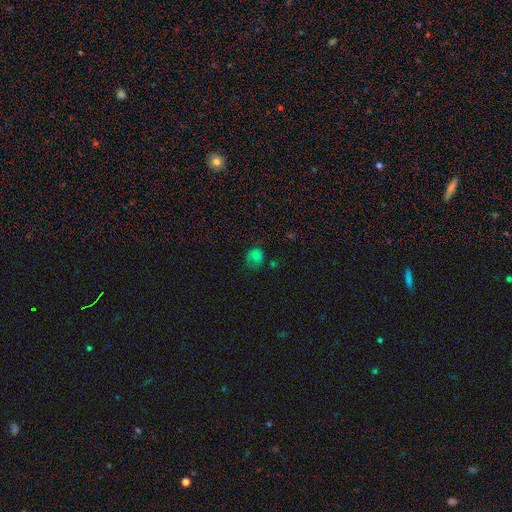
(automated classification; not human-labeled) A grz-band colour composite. It shows a smooth galaxy with no disk features (73%) that is round (64%). Merging: none (53%).